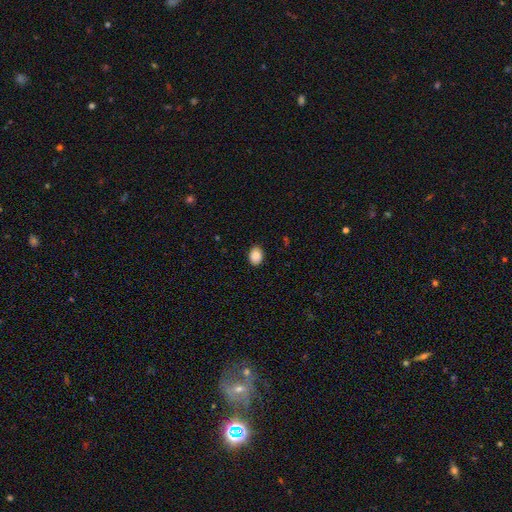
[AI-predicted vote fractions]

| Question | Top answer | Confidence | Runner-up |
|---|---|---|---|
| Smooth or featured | smooth | 89% | star or artifact (8%) |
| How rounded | in between | 68% | round (31%) |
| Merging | none | 88% | minor disturbance (9%) |